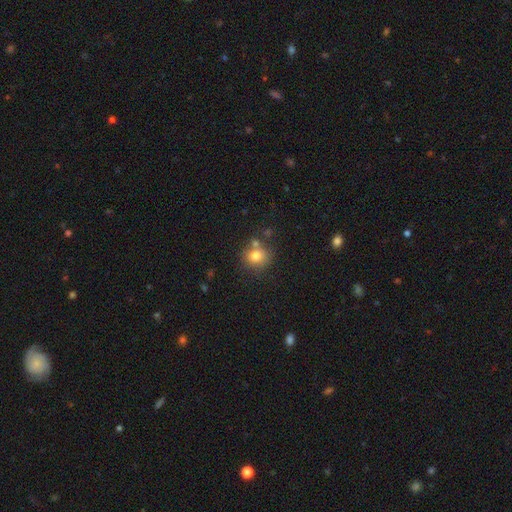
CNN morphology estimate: Smooth or featured: smooth — 77% (star or artifact — 12%)
How rounded: round — 84% (in between — 16%)
Merging: none — 69% (merger — 15%)